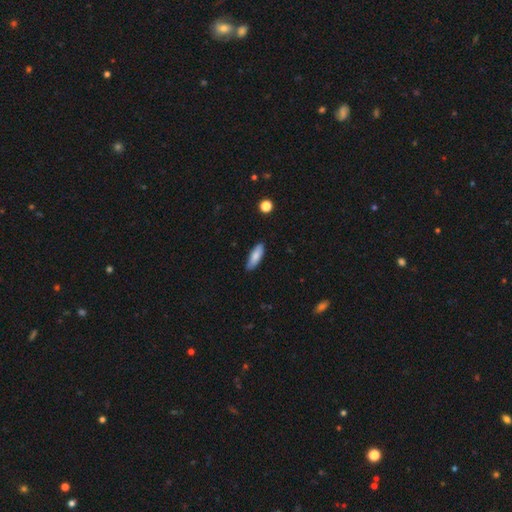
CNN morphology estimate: Q: Smooth or featured?
A: smooth (82%); runner-up: featured or disk (11%)
Q: How rounded?
A: in between (60%); runner-up: cigar-shaped (39%)
Q: Merging?
A: none (84%); runner-up: minor disturbance (13%)